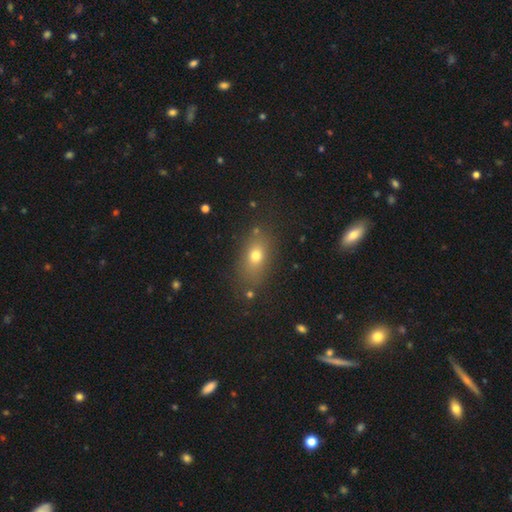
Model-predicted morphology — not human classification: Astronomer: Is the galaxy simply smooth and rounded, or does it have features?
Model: smooth — 71%.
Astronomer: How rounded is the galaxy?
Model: in between — 73%.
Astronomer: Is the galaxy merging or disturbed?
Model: none — 78%.